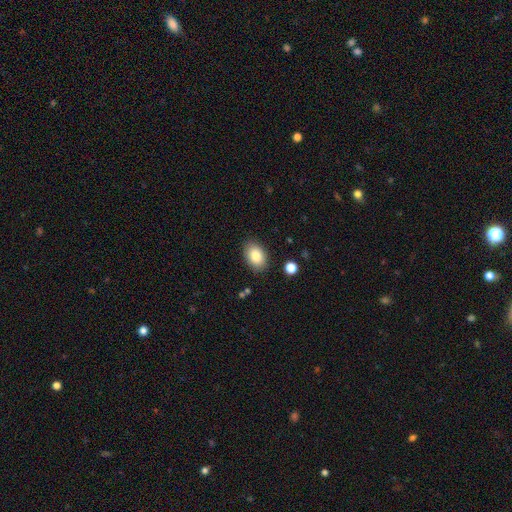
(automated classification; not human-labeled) Smooth or featured?
  - smooth: 84% *
  - featured or disk: 8%
  - star or artifact: 8%
How rounded?
  - in between: 85% *
  - round: 14%
  - cigar-shaped: 1%
Merging?
  - none: 86% *
  - minor disturbance: 10%
  - major disturbance: 3%
  - merger: 2%